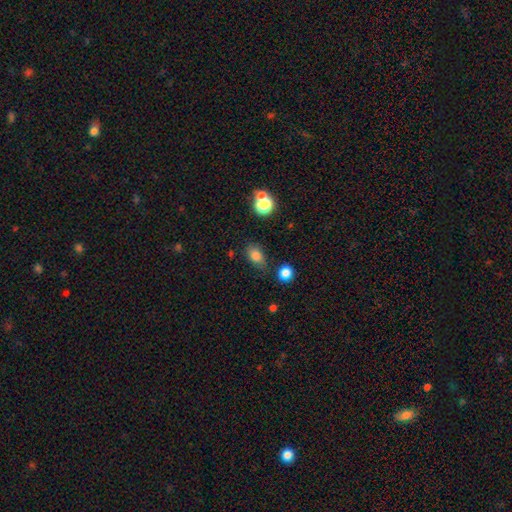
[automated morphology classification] Smooth or featured? smooth (80%)
How rounded? in between (76%)
Merging? none (71%)